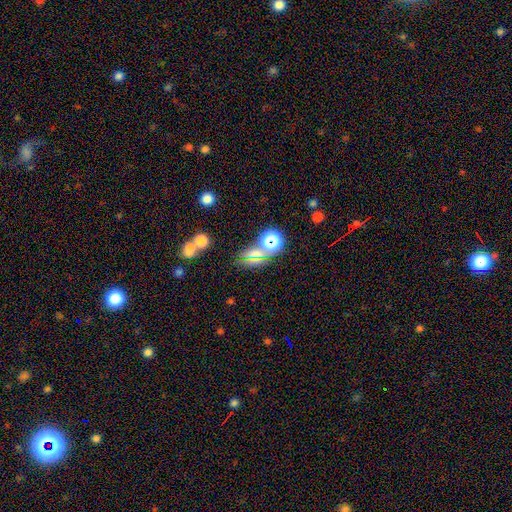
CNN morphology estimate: The model was most divided on "smooth or featured": star or artifact: 49%, smooth: 38%, featured or disk: 12%.